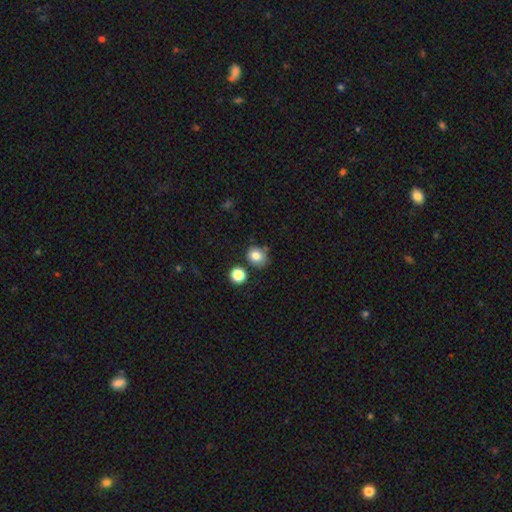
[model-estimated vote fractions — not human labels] Overall: smooth (82%). How rounded: round (68%; in between 31%). Merging: none (71%).